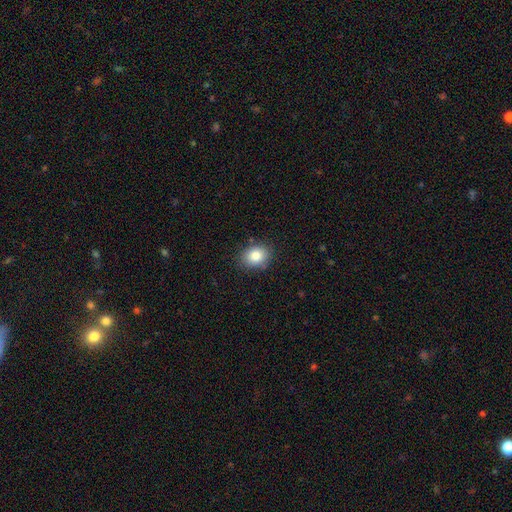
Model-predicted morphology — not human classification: Smooth or featured?
  - smooth: 85% *
  - star or artifact: 9%
  - featured or disk: 7%
How rounded?
  - in between: 55% *
  - round: 44%
  - cigar-shaped: 1%
Merging?
  - none: 83% *
  - minor disturbance: 12%
  - major disturbance: 3%
  - merger: 2%